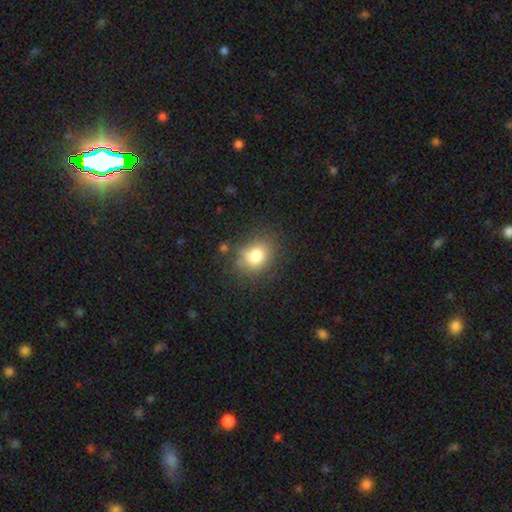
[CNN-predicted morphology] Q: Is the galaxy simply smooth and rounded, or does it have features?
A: smooth — 79%.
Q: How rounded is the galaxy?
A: round — 54%.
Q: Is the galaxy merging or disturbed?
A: none — 73%.